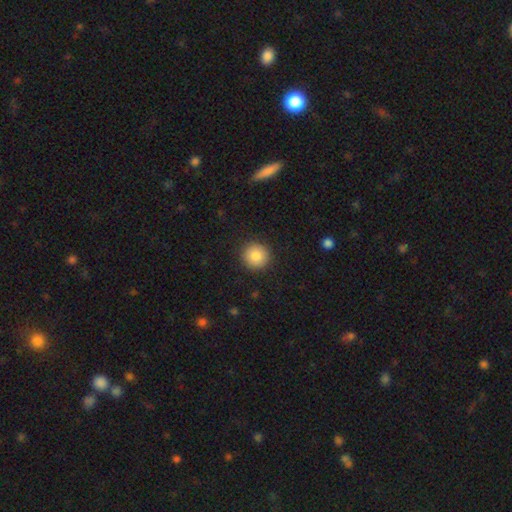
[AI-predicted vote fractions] A smooth galaxy with no disk features (86%) that is round (95%).

Vote fractions:
- Smooth or featured? smooth: 86% / star or artifact: 9% / featured or disk: 5%
- How rounded? round: 95% / in between: 4% / cigar-shaped: 1%
- Merging? none: 91% / minor disturbance: 6% / major disturbance: 2% / merger: 1%